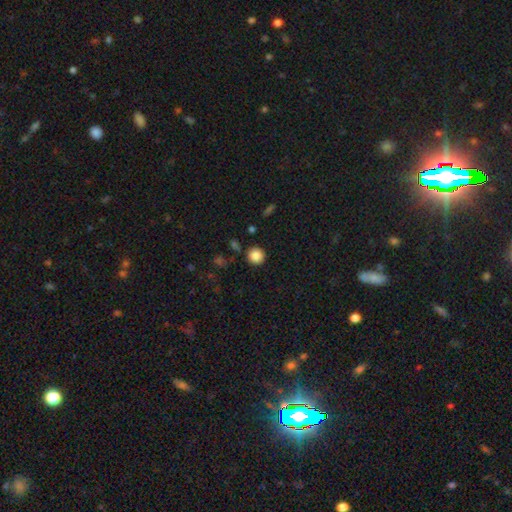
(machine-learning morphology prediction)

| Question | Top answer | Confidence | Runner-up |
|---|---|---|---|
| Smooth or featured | smooth | 86% | star or artifact (10%) |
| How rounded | round | 94% | in between (5%) |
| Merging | none | 89% | minor disturbance (7%) |